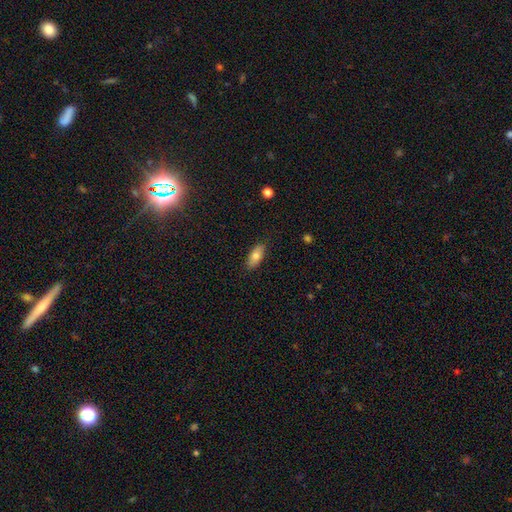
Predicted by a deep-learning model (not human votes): Q: Smooth or featured?
A: smooth (79%); runner-up: featured or disk (14%)
Q: How rounded?
A: in between (83%); runner-up: cigar-shaped (14%)
Q: Merging?
A: none (85%); runner-up: minor disturbance (12%)